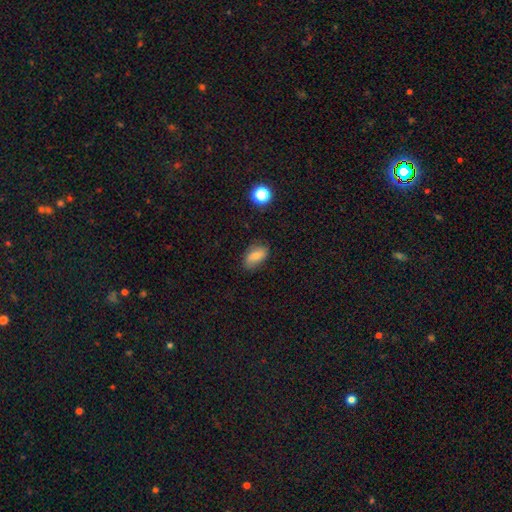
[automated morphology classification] A smooth galaxy with no disk features (75%) that is in between round and cigar-shaped (88%). Merging: none (75%).